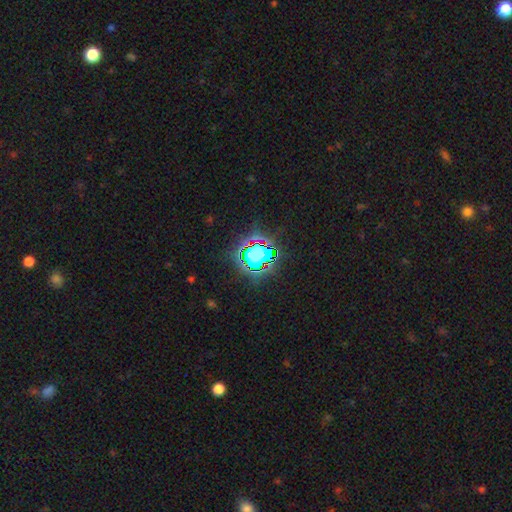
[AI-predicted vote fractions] Morphology: type=star or artifact (65%).